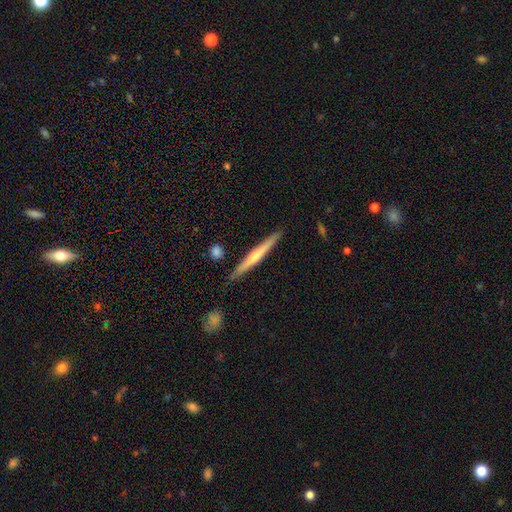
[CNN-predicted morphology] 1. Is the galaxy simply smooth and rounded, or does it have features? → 49% featured or disk, 46% smooth, 5% star or artifact.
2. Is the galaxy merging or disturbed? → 88% none, 9% minor disturbance, 2% merger, 2% major disturbance.